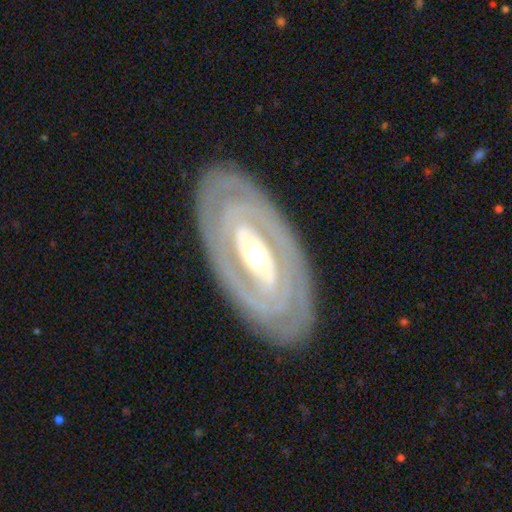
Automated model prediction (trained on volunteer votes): featured or disk 86%, smooth 10%, star or artifact 4%. Down the decision tree: edge-on disk — no (92%); bar — no (39%); spiral arms — yes (80%); spiral arm count — 2 (40%); spiral winding — tight (82%); bulge size — moderate (65%); merging — none (85%).